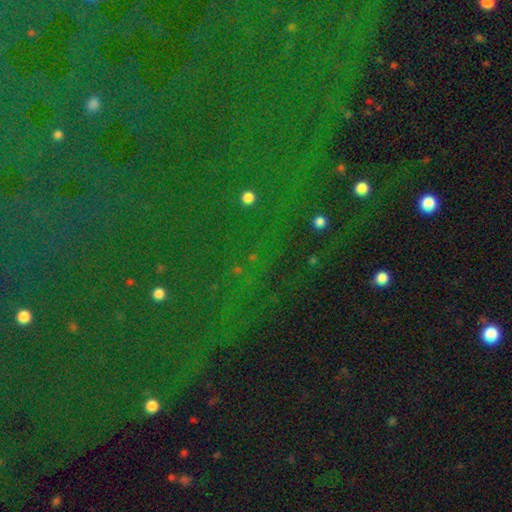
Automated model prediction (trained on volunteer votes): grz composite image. It shows a star or artifact, not a galaxy (81%).